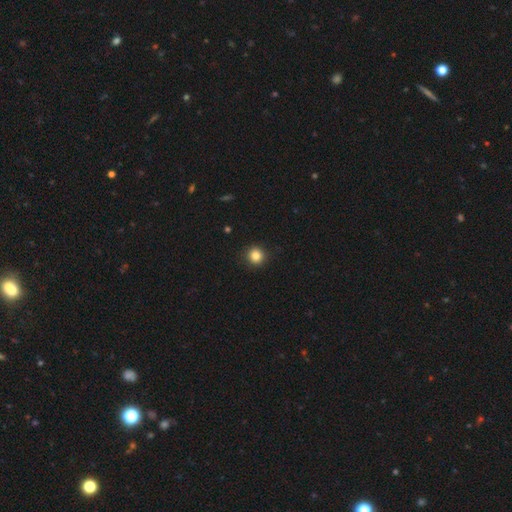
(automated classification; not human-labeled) smooth-or-featured: smooth: 84% | star or artifact: 11% | featured or disk: 4%
  how-rounded: round: 94% | in between: 5% | cigar-shaped: 1%
  merging: none: 92% | minor disturbance: 5% | major disturbance: 2% | merger: 1%